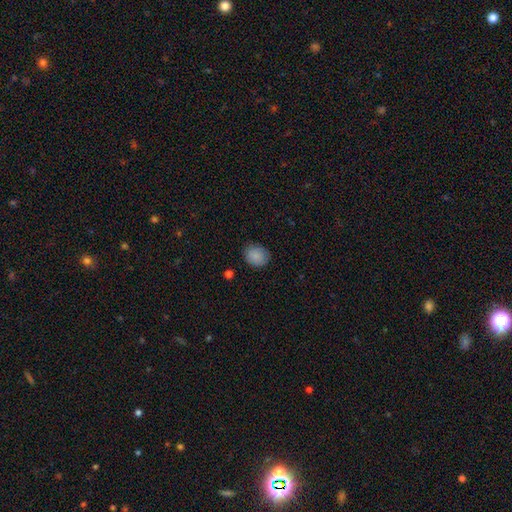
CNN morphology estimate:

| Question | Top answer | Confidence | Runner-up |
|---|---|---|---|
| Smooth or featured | smooth | 86% | star or artifact (8%) |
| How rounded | round | 64% | in between (35%) |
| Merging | none | 82% | minor disturbance (14%) |